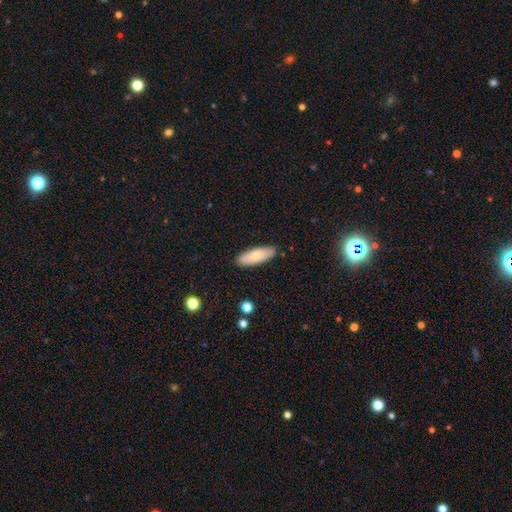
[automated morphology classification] smooth_or_featured: smooth (p=0.73) [alt: featured or disk p=0.21]
how_rounded: in between (p=0.64) [alt: cigar-shaped p=0.34]
merging: none (p=0.88) [alt: minor disturbance p=0.09]